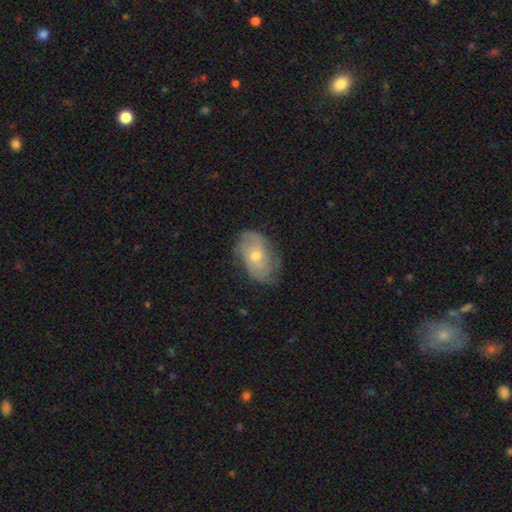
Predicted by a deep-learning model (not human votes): Morphology: type=featured or disk (57%); edge-on=no (94%); bar=no (75%); spiral arms=yes (76%); bulge=moderate (54%); merging=none (62%).